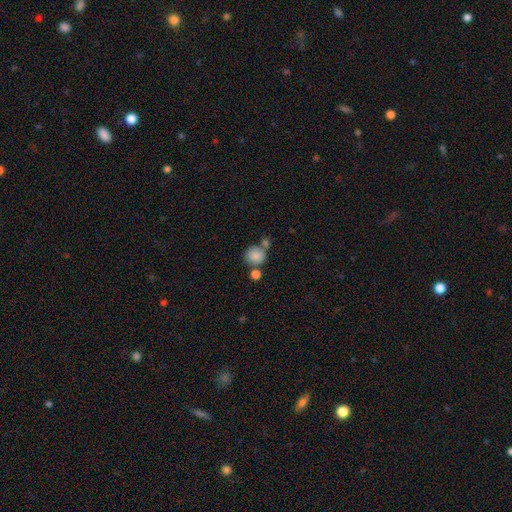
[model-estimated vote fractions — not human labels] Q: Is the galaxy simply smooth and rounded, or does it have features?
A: smooth — 84%.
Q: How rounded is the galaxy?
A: round — 85%.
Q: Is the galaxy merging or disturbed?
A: none — 55%.